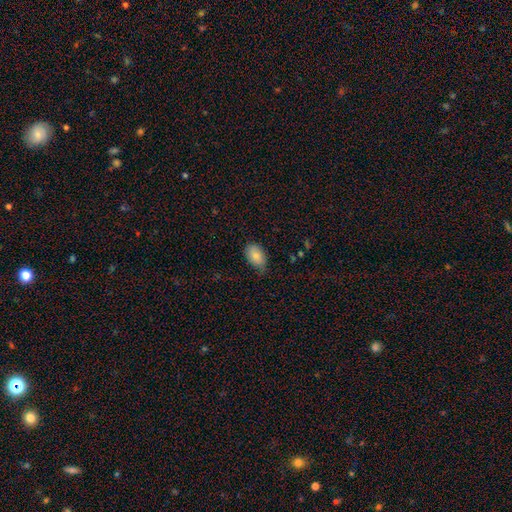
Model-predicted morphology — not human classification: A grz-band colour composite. It shows a smooth galaxy with no disk features (84%) that is in between round and cigar-shaped (90%). Merging: none (63%).